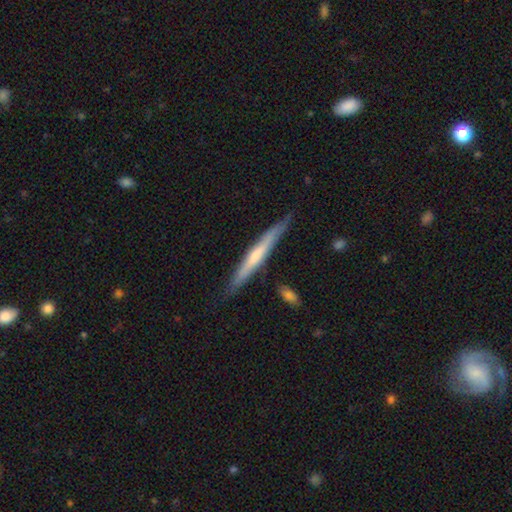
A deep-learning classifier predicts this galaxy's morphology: Q: Smooth or featured?
A: featured or disk (54%); runner-up: smooth (41%)
Q: Edge-on disk?
A: yes (95%); runner-up: no (5%)
Q: Edge-on bulge?
A: none (51%); runner-up: rounded (40%)
Q: Merging?
A: none (84%); runner-up: minor disturbance (12%)